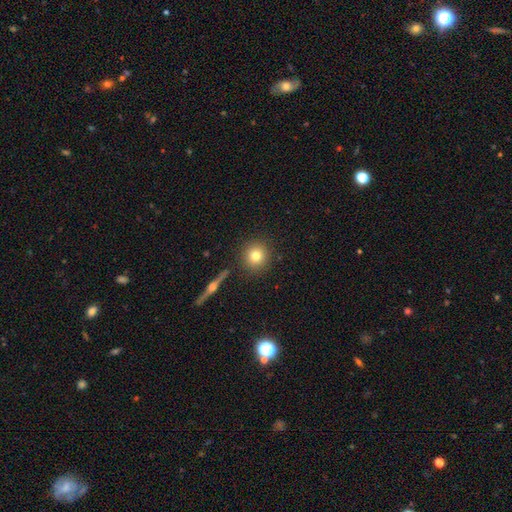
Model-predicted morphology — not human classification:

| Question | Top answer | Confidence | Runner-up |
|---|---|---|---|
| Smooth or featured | smooth | 76% | featured or disk (13%) |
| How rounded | round | 93% | in between (6%) |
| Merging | none | 87% | minor disturbance (7%) |